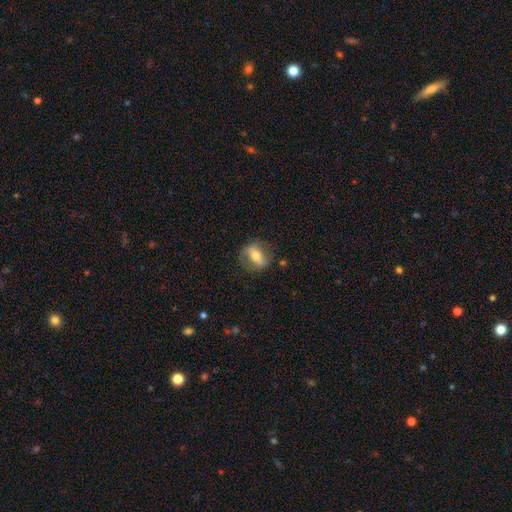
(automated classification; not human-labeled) Overall: featured or disk (50%; smooth 43%). Edge-on disk: no (81%). Merging: none (73%).